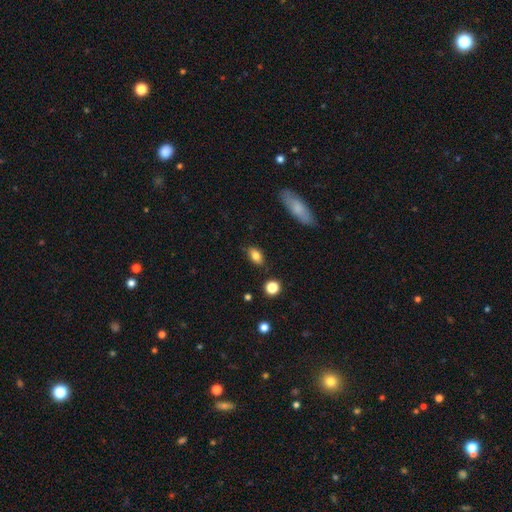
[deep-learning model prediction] Morphology: type=smooth (82%); roundness=in between (84%); merging=none (83%).